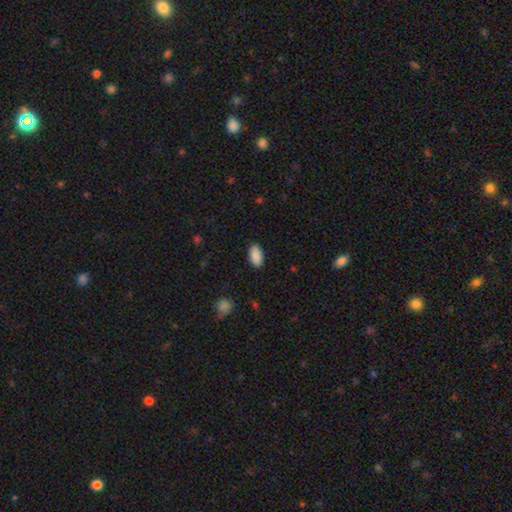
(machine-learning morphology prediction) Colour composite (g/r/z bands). It shows a smooth galaxy with no disk features (90%) that is in between round and cigar-shaped (94%). Merging: none (88%).